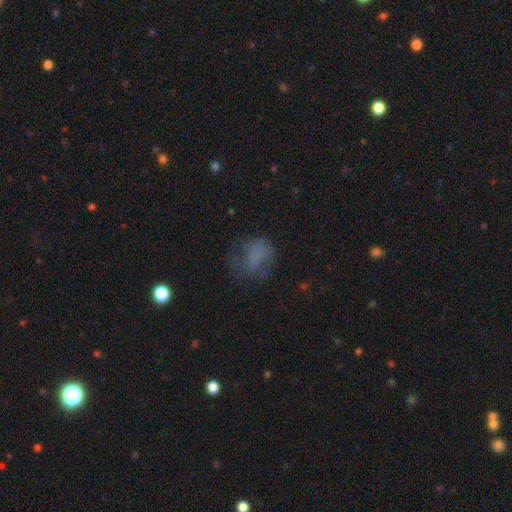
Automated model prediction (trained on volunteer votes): Smooth or featured: smooth — 56% (featured or disk — 27%)
How rounded: round — 54% (in between — 45%)
Merging: none — 51% (major disturbance — 25%)